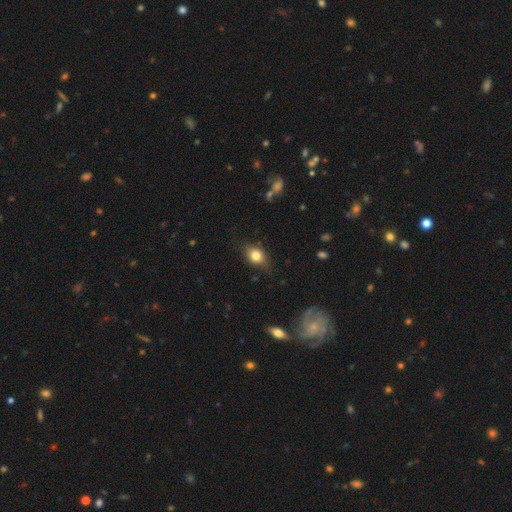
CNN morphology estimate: A smooth galaxy with no disk features (78%) that is in between round and cigar-shaped (60%). Merging: none (74%).